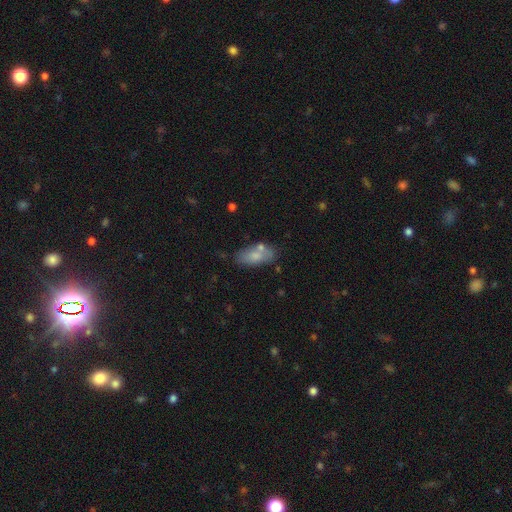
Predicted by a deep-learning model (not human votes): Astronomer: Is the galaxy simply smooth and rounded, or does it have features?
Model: smooth — 73%.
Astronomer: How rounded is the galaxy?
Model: in between — 85%.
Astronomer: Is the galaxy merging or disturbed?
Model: none — 64%.